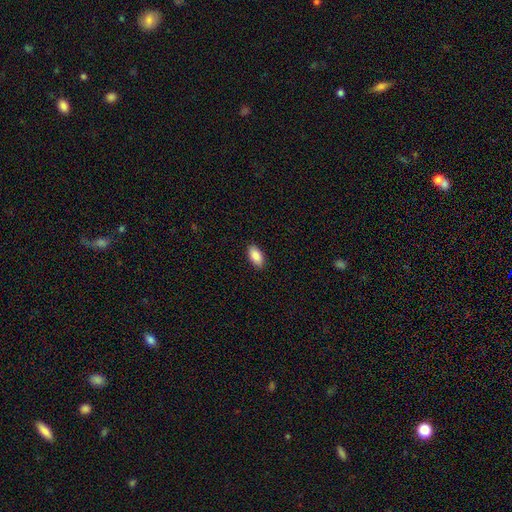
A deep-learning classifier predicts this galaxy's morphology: type=smooth (89%); roundness=in between (93%); merging=none (88%).